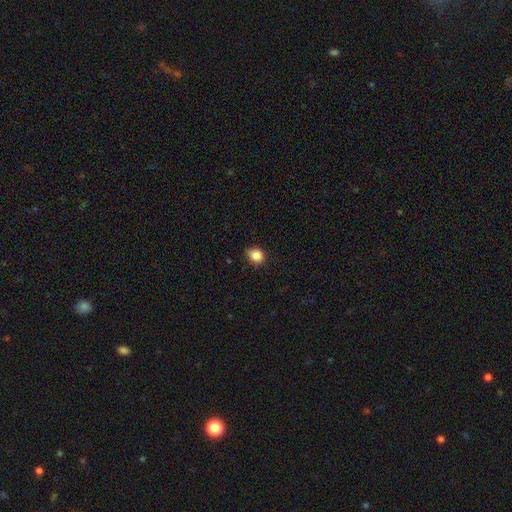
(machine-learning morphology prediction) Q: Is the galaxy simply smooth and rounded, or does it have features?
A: smooth — 86%.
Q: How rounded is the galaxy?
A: round — 69%.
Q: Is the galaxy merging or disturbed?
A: none — 80%.